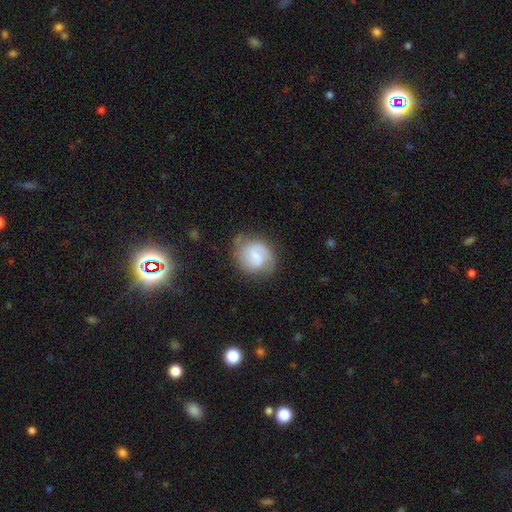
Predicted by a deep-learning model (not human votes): Smooth or featured?
  - featured or disk: 55% *
  - smooth: 38%
  - star or artifact: 7%
Edge-on disk?
  - no: 98% *
  - yes: 2%
Bar?
  - weak: 57% *
  - no: 25%
  - strong: 18%
Spiral arms?
  - yes: 85% *
  - no: 15%
Bulge size?
  - small: 46% *
  - moderate: 26%
  - none: 21%
  - large: 5%
  - dominant: 2%
Merging?
  - none: 63% *
  - minor disturbance: 24%
  - major disturbance: 10%
  - merger: 2%